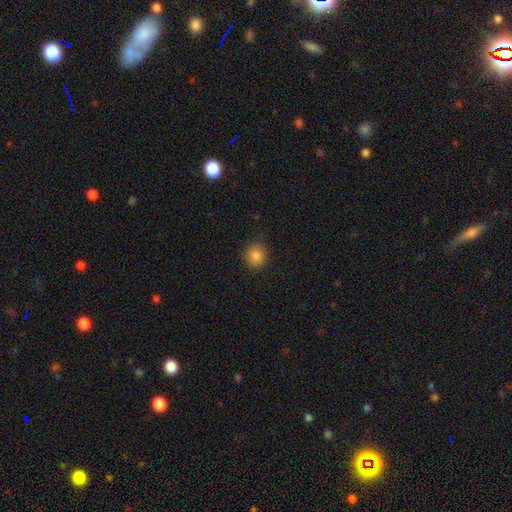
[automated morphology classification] smooth-or-featured: smooth: 86% | star or artifact: 10% | featured or disk: 4%
  how-rounded: round: 85% | in between: 14% | cigar-shaped: 1%
  merging: none: 89% | minor disturbance: 8% | major disturbance: 2% | merger: 1%